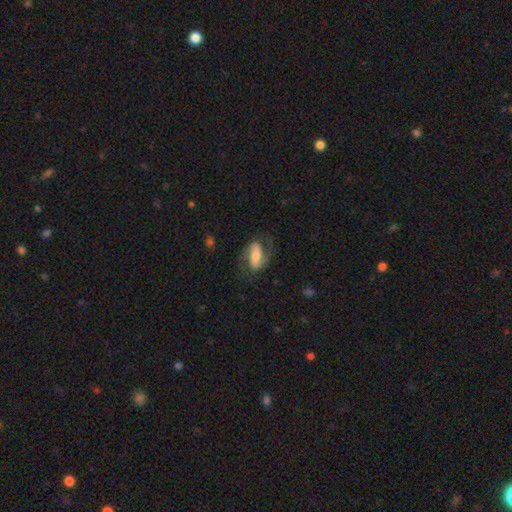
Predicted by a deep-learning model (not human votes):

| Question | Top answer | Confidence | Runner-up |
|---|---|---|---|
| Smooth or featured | featured or disk | 76% | smooth (18%) |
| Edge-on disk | no | 96% | yes (4%) |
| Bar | strong | 45% | weak (33%) |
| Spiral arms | yes | 93% | no (7%) |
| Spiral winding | medium | 48% | loose (33%) |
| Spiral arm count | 2 | 89% | can't tell (4%) |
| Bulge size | moderate | 48% | small (32%) |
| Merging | none | 71% | minor disturbance (16%) |